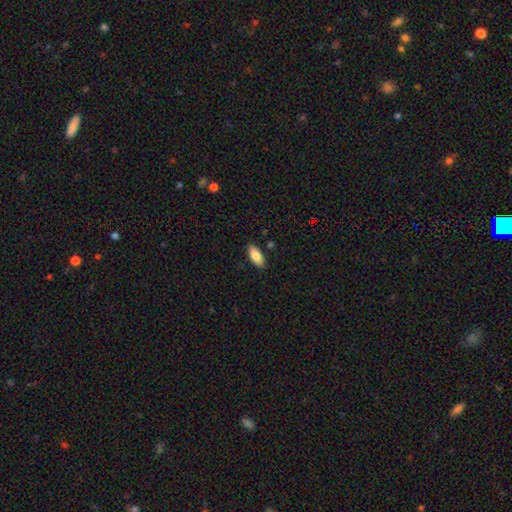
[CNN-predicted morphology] type=smooth (83%); roundness=in between (89%); merging=none (87%).